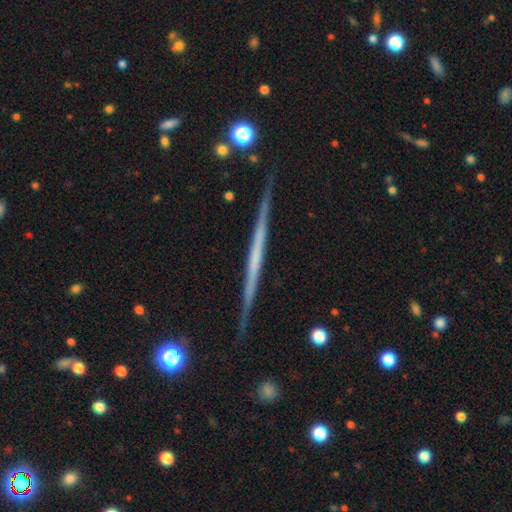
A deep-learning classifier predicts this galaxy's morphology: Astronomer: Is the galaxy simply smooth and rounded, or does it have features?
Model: featured or disk — 70%.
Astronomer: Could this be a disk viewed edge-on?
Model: yes — 98%.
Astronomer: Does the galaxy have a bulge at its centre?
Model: none — 89%.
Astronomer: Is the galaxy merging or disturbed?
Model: none — 90%.